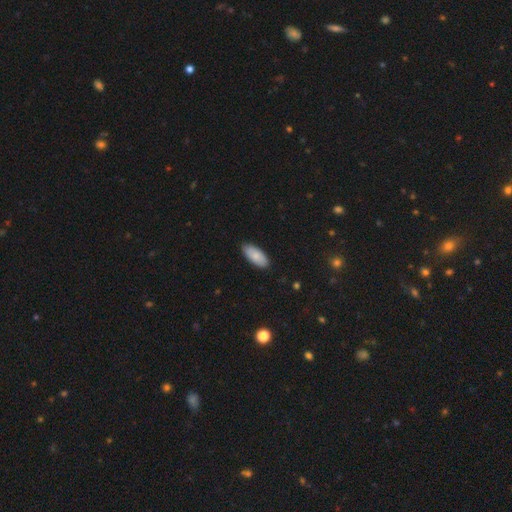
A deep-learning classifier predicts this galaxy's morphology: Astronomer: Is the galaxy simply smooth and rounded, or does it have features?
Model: smooth — 83%.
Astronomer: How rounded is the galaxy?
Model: in between — 88%.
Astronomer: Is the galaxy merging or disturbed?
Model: none — 87%.